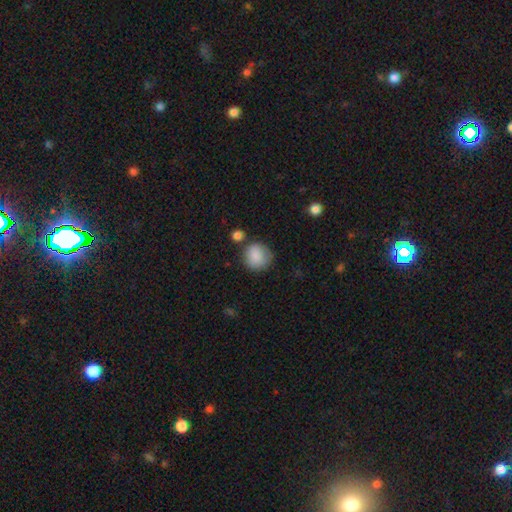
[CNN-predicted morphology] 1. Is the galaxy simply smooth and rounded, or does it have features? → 87% smooth, 8% star or artifact, 6% featured or disk.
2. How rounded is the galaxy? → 89% round, 10% in between, 1% cigar-shaped.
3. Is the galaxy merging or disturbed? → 70% none, 17% minor disturbance, 8% merger, 5% major disturbance.